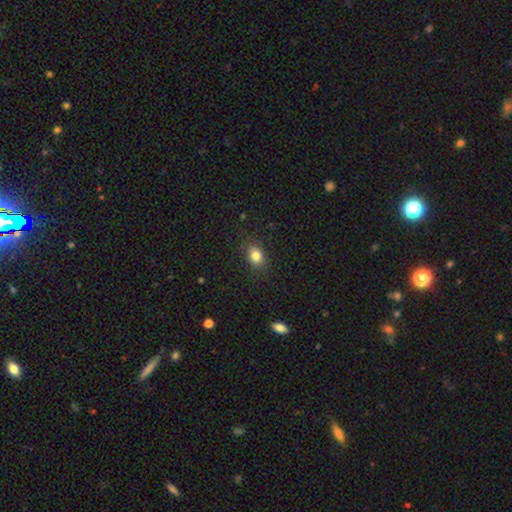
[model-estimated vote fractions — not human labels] Q: Smooth or featured?
A: smooth (83%); runner-up: star or artifact (11%)
Q: How rounded?
A: in between (61%); runner-up: round (38%)
Q: Merging?
A: none (85%); runner-up: minor disturbance (11%)